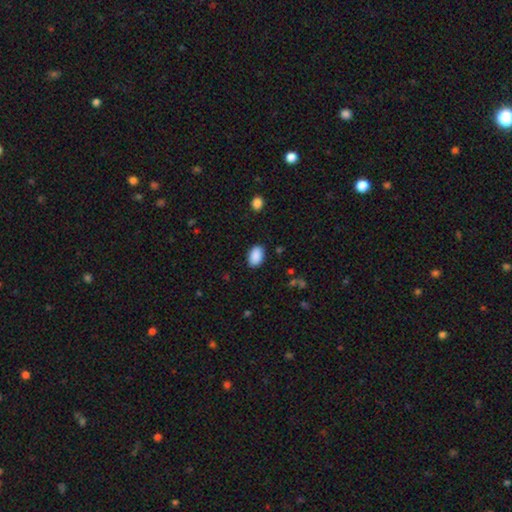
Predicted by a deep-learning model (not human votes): Smooth or featured: smooth — 90% (star or artifact — 7%)
How rounded: in between — 90% (round — 9%)
Merging: none — 87% (minor disturbance — 10%)